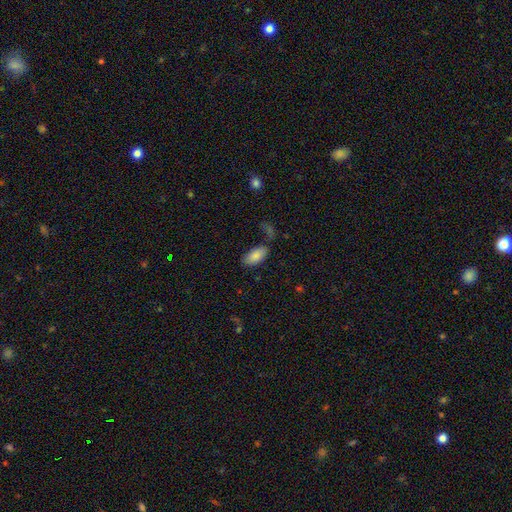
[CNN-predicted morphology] type=smooth (85%); roundness=in between (93%); merging=none (69%).